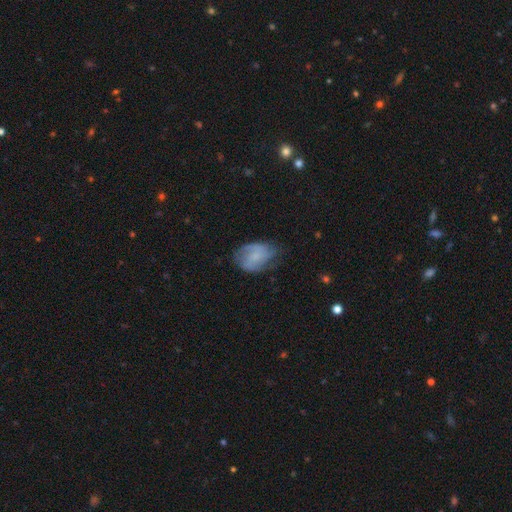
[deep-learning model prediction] This is possibly a featured or disk galaxy (50%). Merging: possibly none (53%).